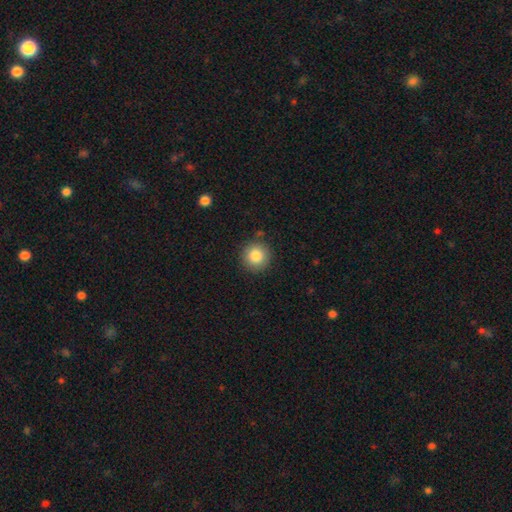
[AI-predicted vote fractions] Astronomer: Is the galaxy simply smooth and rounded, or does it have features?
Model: smooth — 84%.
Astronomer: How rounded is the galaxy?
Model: round — 94%.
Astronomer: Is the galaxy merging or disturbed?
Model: none — 88%.